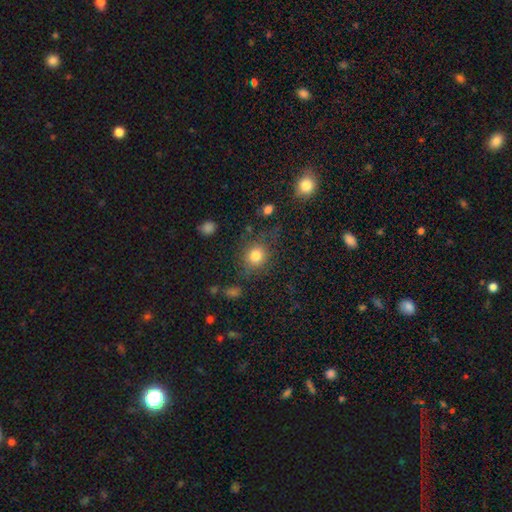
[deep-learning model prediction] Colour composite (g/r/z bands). It shows a smooth galaxy with no disk features (80%) that is round (80%). Merging: none (73%).